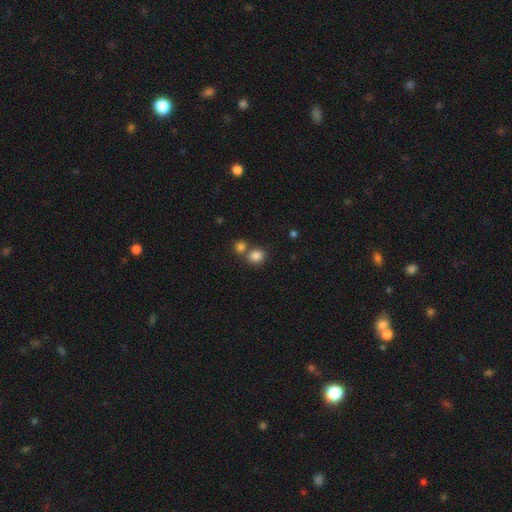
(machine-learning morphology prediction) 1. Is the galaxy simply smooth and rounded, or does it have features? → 84% smooth, 11% star or artifact, 6% featured or disk.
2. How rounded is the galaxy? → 64% round, 35% in between, 1% cigar-shaped.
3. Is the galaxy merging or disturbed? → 55% none, 34% merger, 9% minor disturbance, 3% major disturbance.